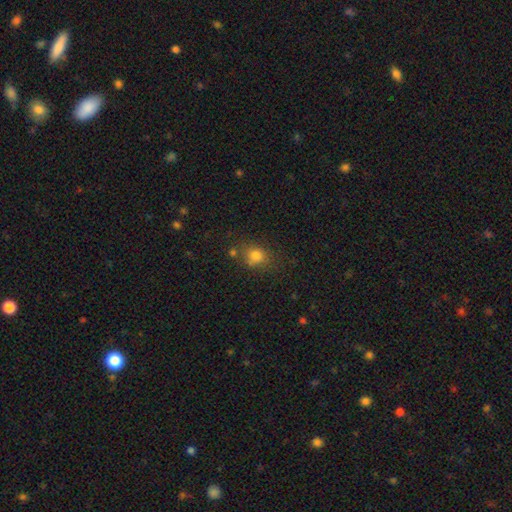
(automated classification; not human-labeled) Smooth or featured: smooth — 78% (star or artifact — 14%)
How rounded: round — 63% (in between — 36%)
Merging: none — 66% (minor disturbance — 18%)